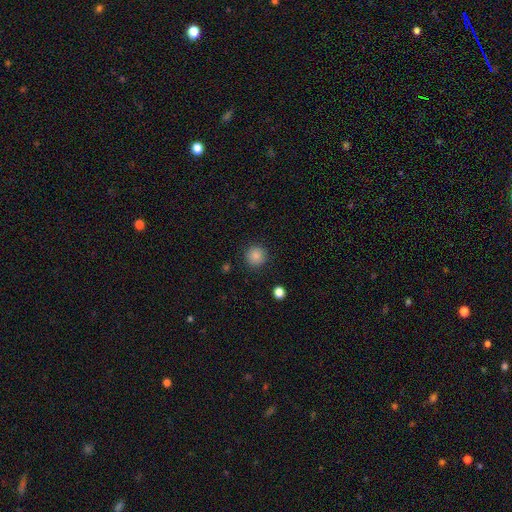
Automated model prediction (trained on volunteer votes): A smooth galaxy with no disk features (86%) that is round (95%).

Vote fractions:
- Smooth or featured? smooth: 86% / star or artifact: 10% / featured or disk: 4%
- How rounded? round: 95% / in between: 4% / cigar-shaped: 1%
- Merging? none: 90% / minor disturbance: 7% / major disturbance: 2% / merger: 1%